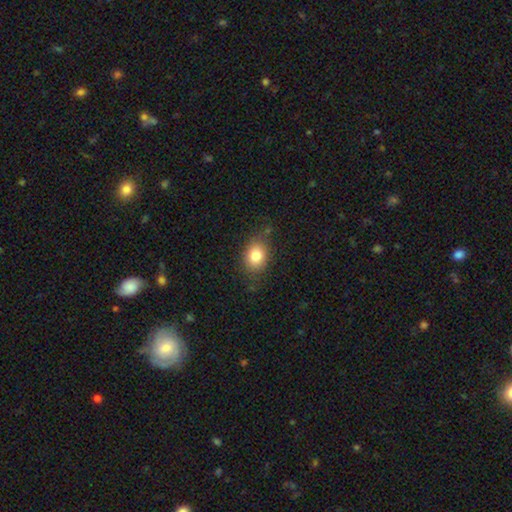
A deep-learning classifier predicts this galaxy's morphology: Q: Smooth or featured?
A: smooth (81%); runner-up: star or artifact (10%)
Q: How rounded?
A: in between (60%); runner-up: round (39%)
Q: Merging?
A: none (76%); runner-up: minor disturbance (18%)